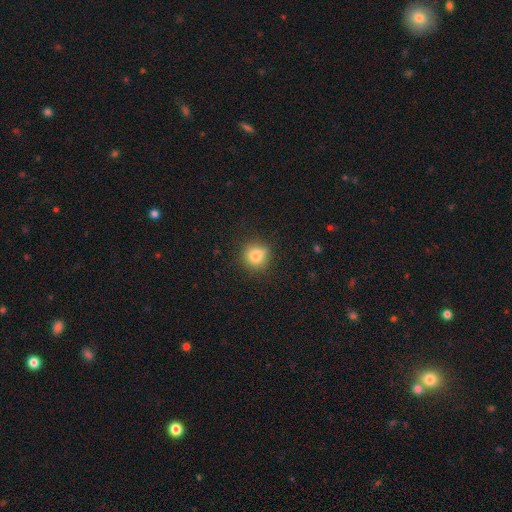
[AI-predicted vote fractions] Smooth or featured: smooth — 80% (star or artifact — 11%)
How rounded: round — 86% (in between — 13%)
Merging: none — 77% (minor disturbance — 17%)